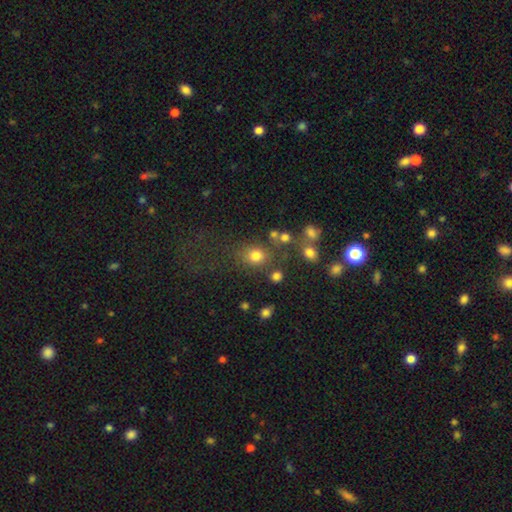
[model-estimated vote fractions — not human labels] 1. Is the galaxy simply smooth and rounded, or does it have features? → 76% smooth, 16% star or artifact, 8% featured or disk.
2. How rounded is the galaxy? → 72% round, 27% in between, 1% cigar-shaped.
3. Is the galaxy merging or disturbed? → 69% none, 13% minor disturbance, 10% merger, 7% major disturbance.